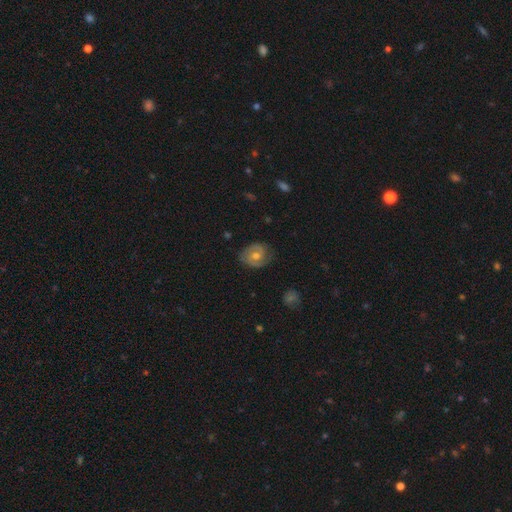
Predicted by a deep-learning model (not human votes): A featured or disk galaxy (71%) with no bar (65%), 2 (79%) tight (53%) spiral arms (88%) and a moderate central bulge (72%).

Vote fractions:
- Smooth or featured? featured or disk: 71% / smooth: 21% / star or artifact: 8%
- Edge-on disk? no: 97% / yes: 3%
- Bar? no: 65% / weak: 30% / strong: 6%
- Spiral arms? yes: 88% / no: 12%
- Spiral winding? tight: 53% / medium: 37% / loose: 10%
- Spiral arm count? 2: 79% / can't tell: 11% / 1: 5% / 3: 2% / 4: 1% / more than 4: 1%
- Bulge size? moderate: 72% / small: 21% / large: 4% / none: 1% / dominant: 1%
- Merging? none: 80% / minor disturbance: 15% / major disturbance: 4% / merger: 1%